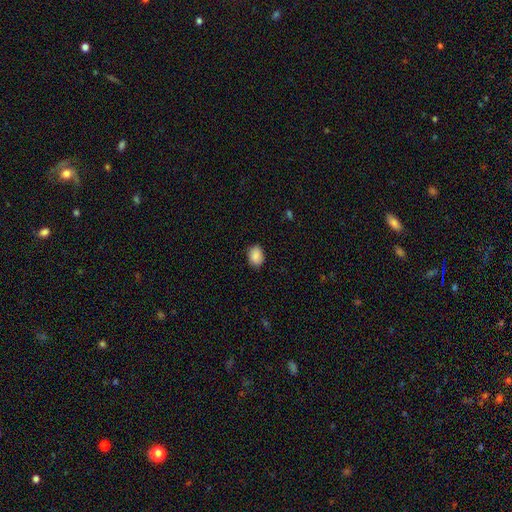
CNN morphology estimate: Smooth or featured? Predicted: smooth (p=0.88). How rounded? Predicted: in between (p=0.70). Merging? Predicted: none (p=0.84).